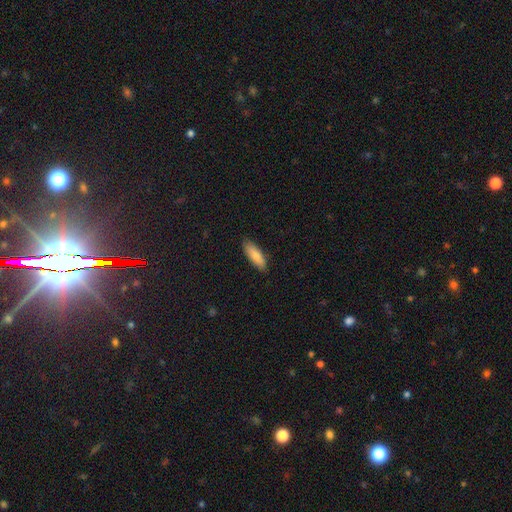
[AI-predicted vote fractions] The model was most divided on "how rounded": in between: 58%, cigar-shaped: 41%, round: 2%. More confident: merging — none (85%); smooth or featured — smooth (84%).